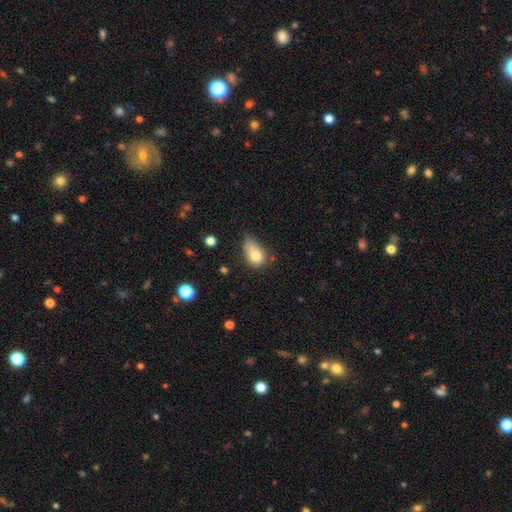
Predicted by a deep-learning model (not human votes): Smooth or featured? Predicted: smooth (p=0.75). How rounded? Predicted: in between (p=0.76). Merging? Predicted: minor disturbance (p=0.40).